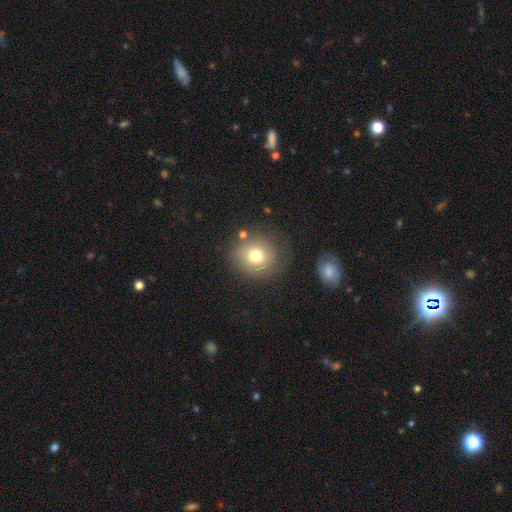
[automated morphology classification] Q: Smooth or featured?
A: smooth (76%); runner-up: featured or disk (13%)
Q: How rounded?
A: round (89%); runner-up: in between (10%)
Q: Merging?
A: none (78%); runner-up: minor disturbance (12%)